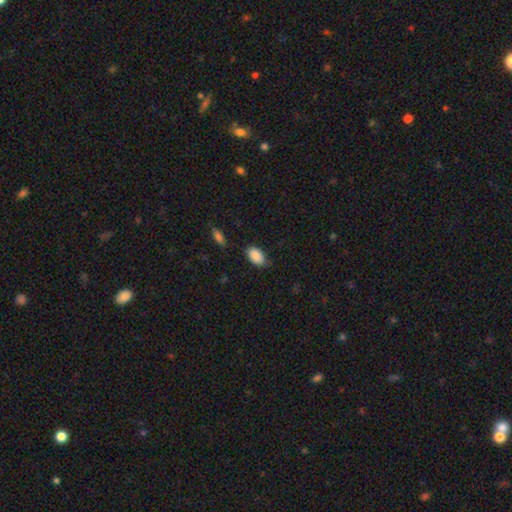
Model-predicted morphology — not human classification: type=smooth (89%); roundness=in between (91%); merging=none (79%).